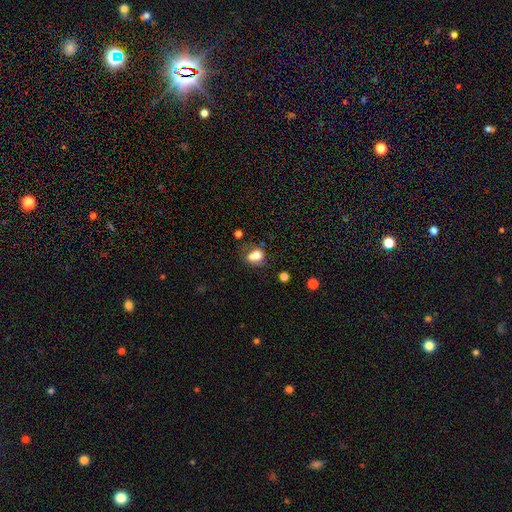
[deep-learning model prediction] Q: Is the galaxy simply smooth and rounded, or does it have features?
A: smooth — 73%.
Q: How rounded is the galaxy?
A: in between — 54%.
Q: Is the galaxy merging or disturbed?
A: none — 38%.